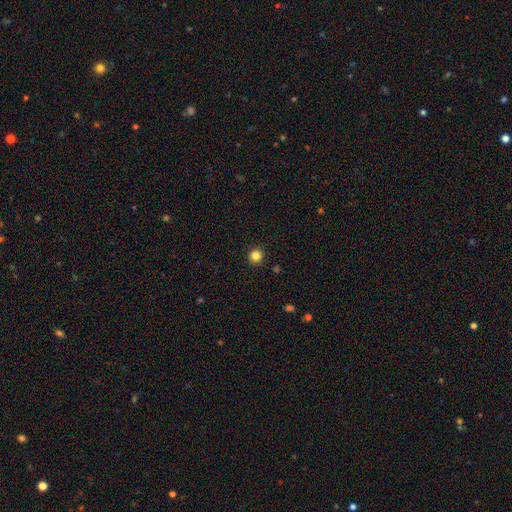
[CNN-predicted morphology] This appears to be a smooth galaxy with no disk features (83%) that is round (95%). Merging: none (93%).